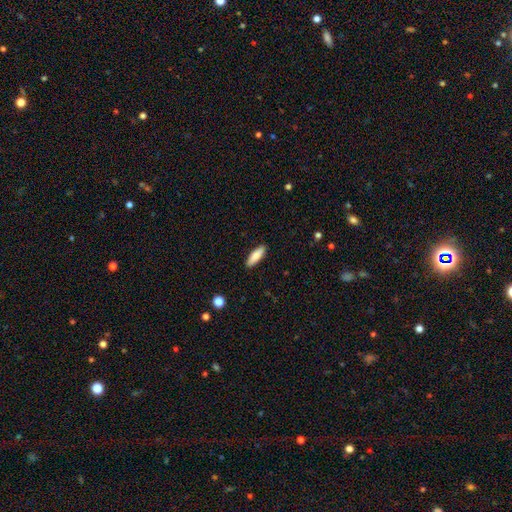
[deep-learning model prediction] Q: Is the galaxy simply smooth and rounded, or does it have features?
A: smooth — 86%.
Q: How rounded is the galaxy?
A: in between — 51%.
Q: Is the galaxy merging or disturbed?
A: none — 90%.